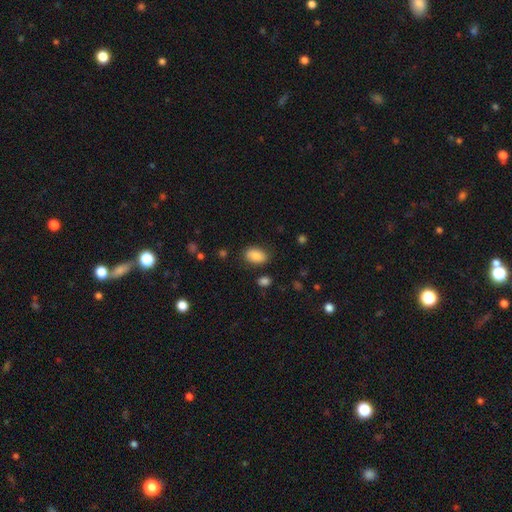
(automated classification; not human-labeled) smooth 86%, star or artifact 8%, featured or disk 6%. Down the decision tree: how rounded — in between (89%); merging — none (83%).